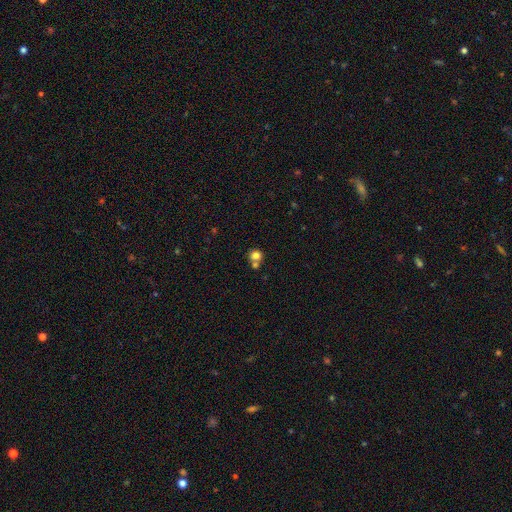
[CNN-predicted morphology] Smooth or featured? Predicted: smooth (p=0.78). How rounded? Predicted: round (p=0.85). Merging? Predicted: none (p=0.51).